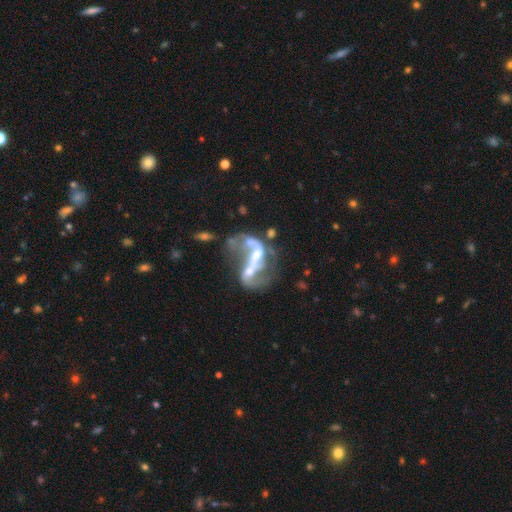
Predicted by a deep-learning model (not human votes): Smooth or featured? Predicted: featured or disk (p=0.81). Edge-on disk? Predicted: no (p=0.97). Bar? Predicted: weak (p=0.37). Spiral arms? Predicted: yes (p=0.76). Spiral winding? Predicted: loose (p=0.72). Spiral arm count? Predicted: 2 (p=0.74). Bulge size? Predicted: moderate (p=0.40). Merging? Predicted: merger (p=0.45).